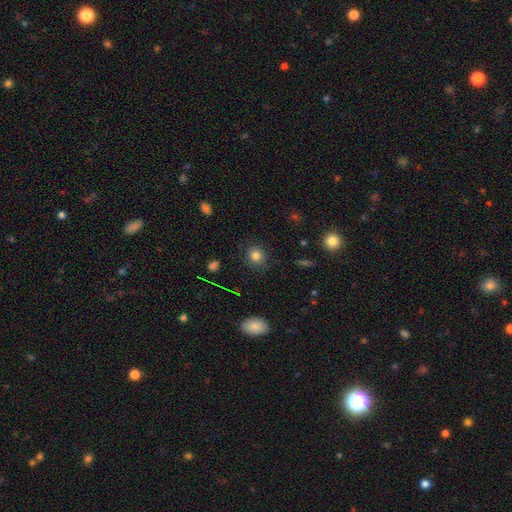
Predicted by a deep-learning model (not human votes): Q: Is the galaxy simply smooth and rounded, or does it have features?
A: smooth — 80%.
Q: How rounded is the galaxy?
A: round — 82%.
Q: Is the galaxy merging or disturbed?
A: none — 86%.